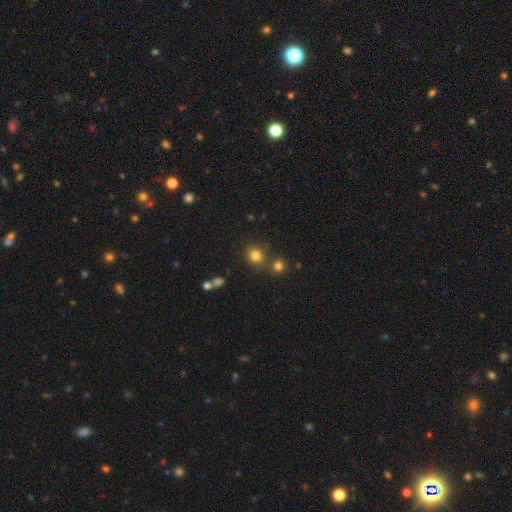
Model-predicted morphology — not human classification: type=smooth (79%); roundness=round (82%); merging=none (72%).